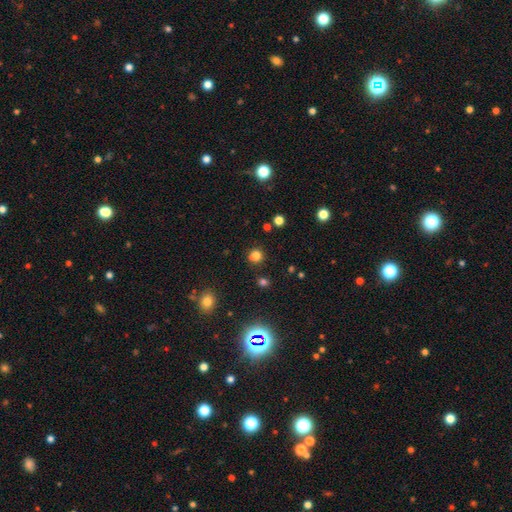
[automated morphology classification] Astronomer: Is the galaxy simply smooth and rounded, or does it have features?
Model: smooth — 79%.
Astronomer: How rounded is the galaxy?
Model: round — 87%.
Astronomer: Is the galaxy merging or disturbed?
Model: none — 86%.